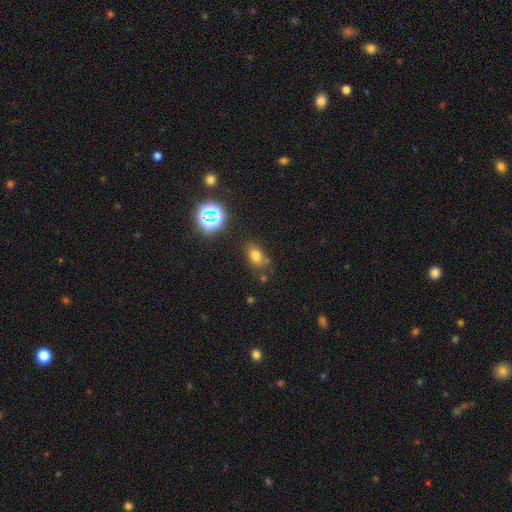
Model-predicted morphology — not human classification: A smooth galaxy with no disk features (70%) that is in between round and cigar-shaped (77%).

Vote fractions:
- Smooth or featured? smooth: 70% / star or artifact: 20% / featured or disk: 10%
- How rounded? in between: 77% / round: 21% / cigar-shaped: 2%
- Merging? none: 69% / minor disturbance: 19% / merger: 6% / major disturbance: 6%